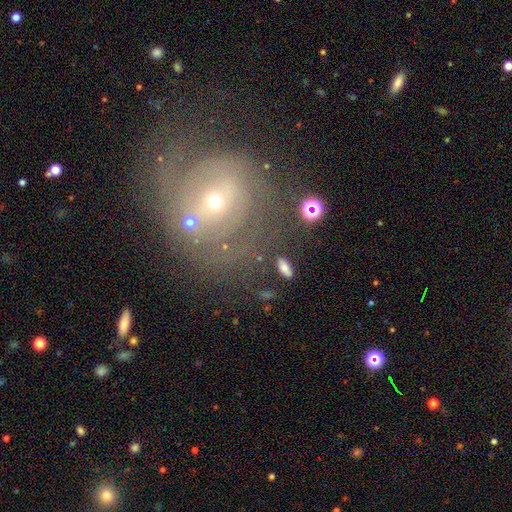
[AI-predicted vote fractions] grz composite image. It shows a featured or disk galaxy (67%) with no bar (54%), spiral arms (71%) and a small central bulge (68%). Merging: none (53%).